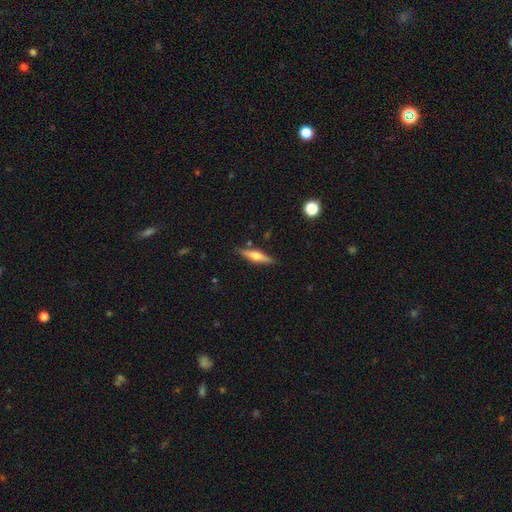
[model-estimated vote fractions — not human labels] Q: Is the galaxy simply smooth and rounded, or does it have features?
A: featured or disk — 53%.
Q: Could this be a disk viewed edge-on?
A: yes — 95%.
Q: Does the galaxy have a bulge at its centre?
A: rounded — 85%.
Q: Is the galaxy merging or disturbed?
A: none — 86%.